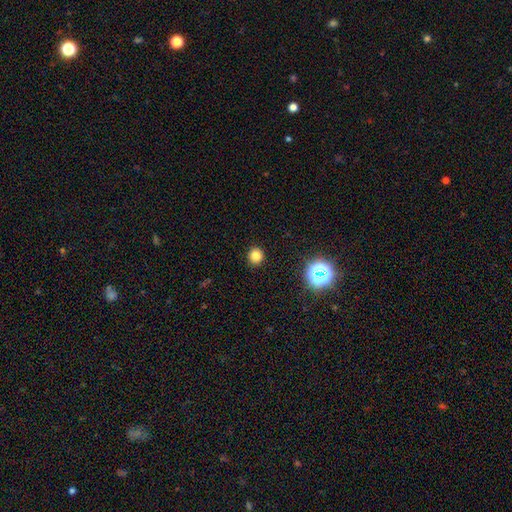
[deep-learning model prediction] Morphology: type=smooth (80%); roundness=round (89%); merging=none (92%).